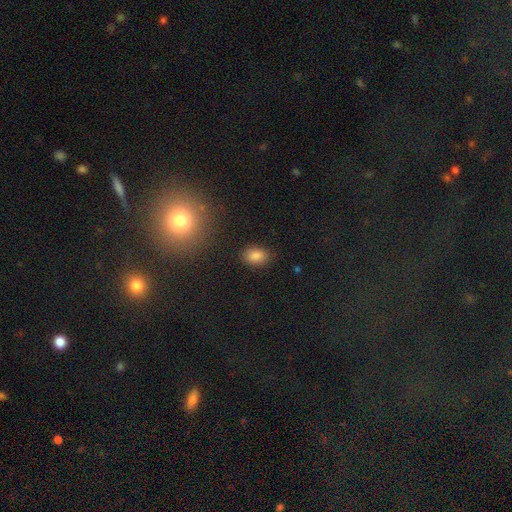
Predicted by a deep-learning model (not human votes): Smooth or featured? Predicted: smooth (p=0.83). How rounded? Predicted: in between (p=0.77). Merging? Predicted: none (p=0.85).